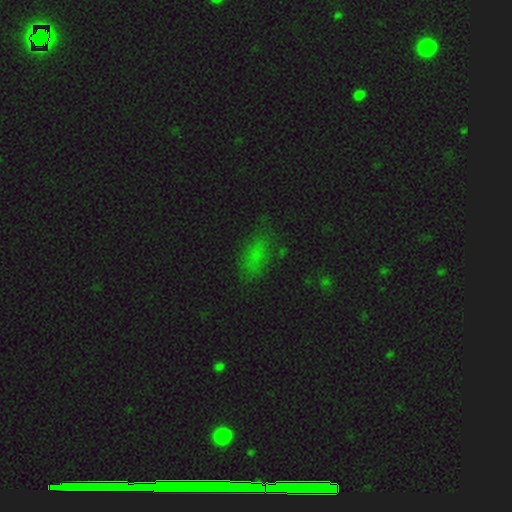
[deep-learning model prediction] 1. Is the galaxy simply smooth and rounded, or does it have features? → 67% smooth, 24% star or artifact, 9% featured or disk.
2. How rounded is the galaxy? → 84% in between, 9% cigar-shaped, 7% round.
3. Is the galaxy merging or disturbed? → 68% none, 21% minor disturbance, 8% major disturbance, 2% merger.